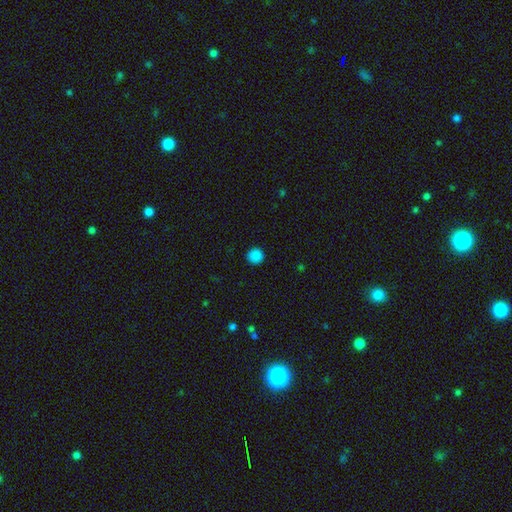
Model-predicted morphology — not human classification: The model was most divided on "smooth or featured": smooth: 87%, star or artifact: 11%, featured or disk: 3%. More confident: how rounded — round (94%); merging — none (91%).